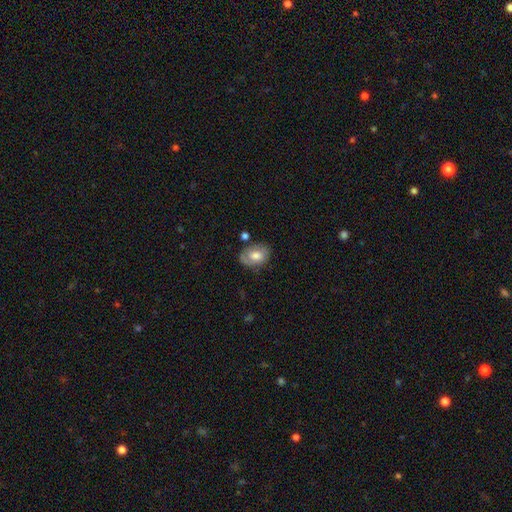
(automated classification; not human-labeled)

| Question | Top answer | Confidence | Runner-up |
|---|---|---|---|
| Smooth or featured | smooth | 58% | featured or disk (34%) |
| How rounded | in between | 77% | round (22%) |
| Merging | none | 67% | minor disturbance (21%) |